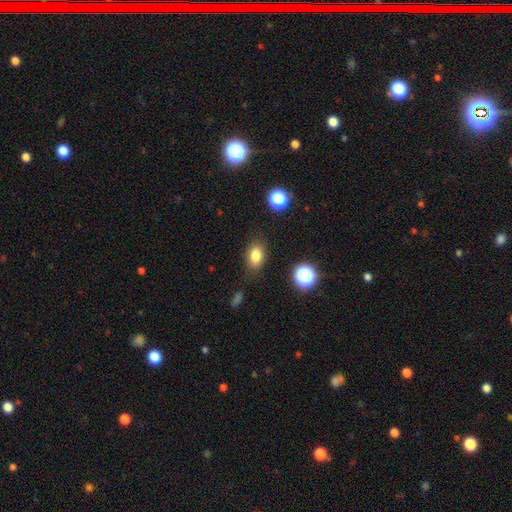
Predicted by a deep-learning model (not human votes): This is clearly a smooth galaxy (81%). How rounded: clearly in between (81%). Merging: clearly none (83%).